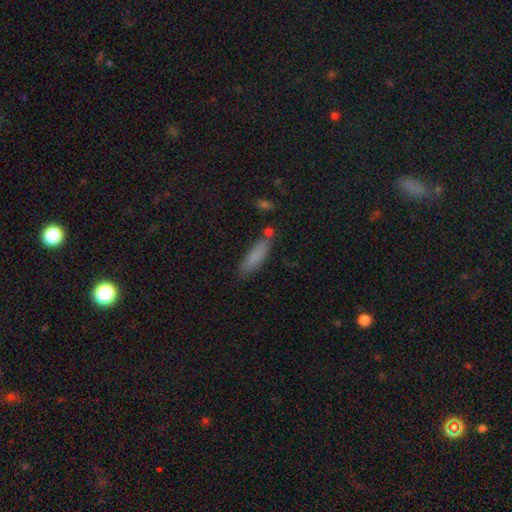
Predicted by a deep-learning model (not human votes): A smooth galaxy with no disk features (81%) that is cigar-shaped (64%). Merging: none (74%).